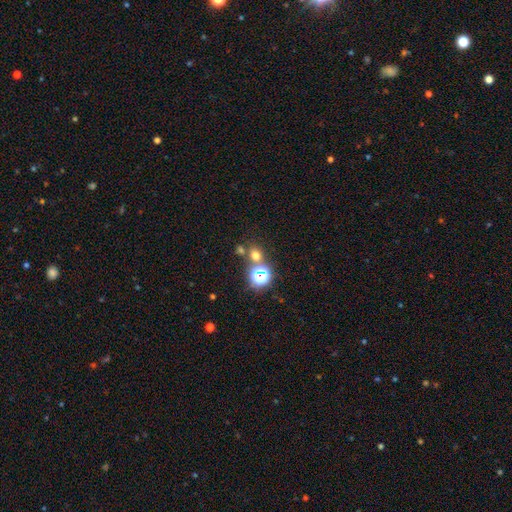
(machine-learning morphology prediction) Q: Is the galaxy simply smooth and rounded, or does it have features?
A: smooth — 59%.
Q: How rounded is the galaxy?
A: round — 80%.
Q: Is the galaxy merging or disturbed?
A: none — 68%.